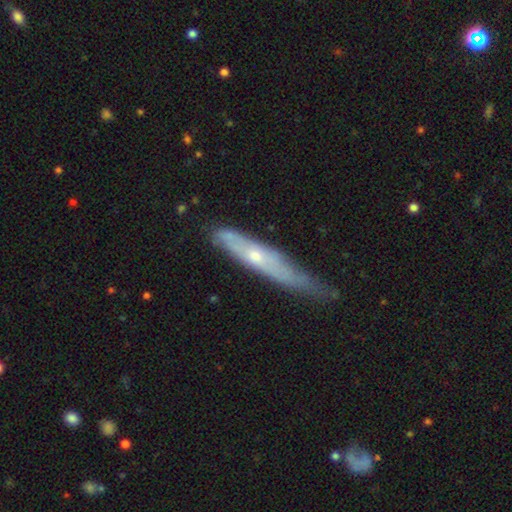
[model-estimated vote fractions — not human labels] smooth-or-featured: featured or disk: 61% | smooth: 32% | star or artifact: 7%
  disk-edge-on: yes: 65% | no: 35%
  merging: none: 48% | minor disturbance: 39% | major disturbance: 11% | merger: 2%